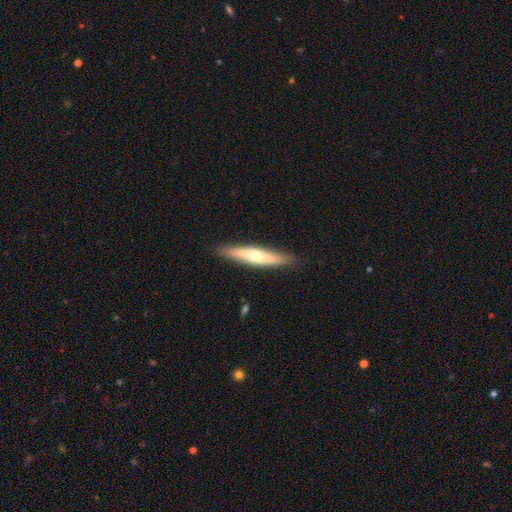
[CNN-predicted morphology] Smooth or featured? Predicted: featured or disk (p=0.51). Edge-on disk? Predicted: yes (p=0.85). Merging? Predicted: none (p=0.88).